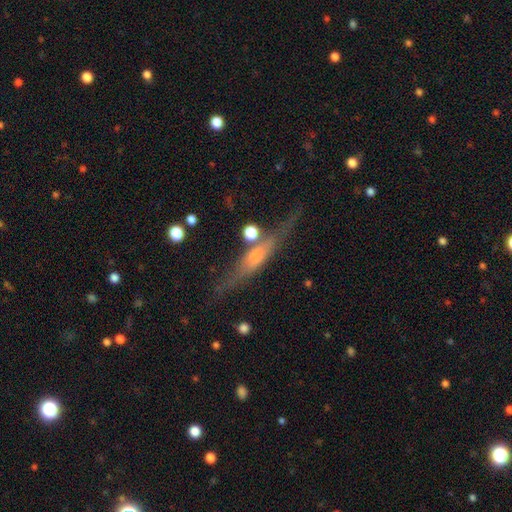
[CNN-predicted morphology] type=featured or disk (67%); edge-on=yes (90%); edge-on bulge=rounded (73%); merging=none (69%).